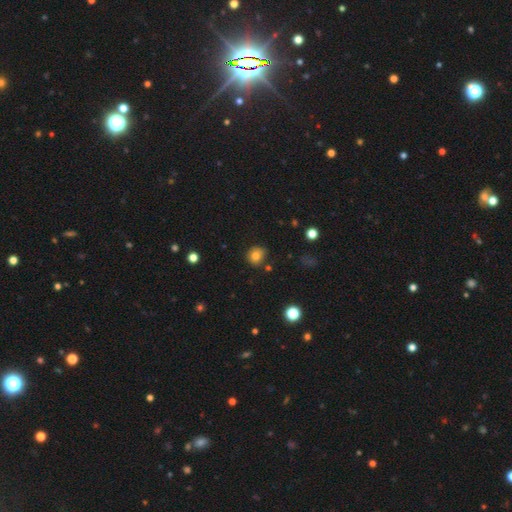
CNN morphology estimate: smooth_or_featured: smooth (p=0.80) [alt: star or artifact p=0.12]
how_rounded: round (p=0.83) [alt: in between p=0.16]
merging: none (p=0.78) [alt: minor disturbance p=0.16]